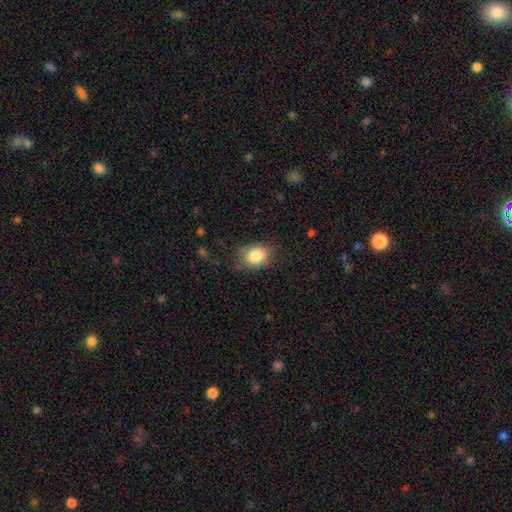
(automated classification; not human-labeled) smooth 84%, star or artifact 9%, featured or disk 7%. Down the decision tree: how rounded — in between (56%); merging — none (73%).